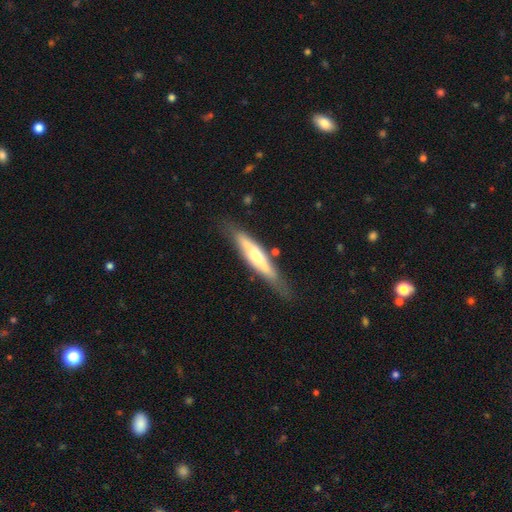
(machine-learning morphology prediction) smooth-or-featured: featured or disk: 52% | smooth: 42% | star or artifact: 6%
  disk-edge-on: yes: 80% | no: 20%
  merging: none: 72% | minor disturbance: 20% | major disturbance: 6% | merger: 3%